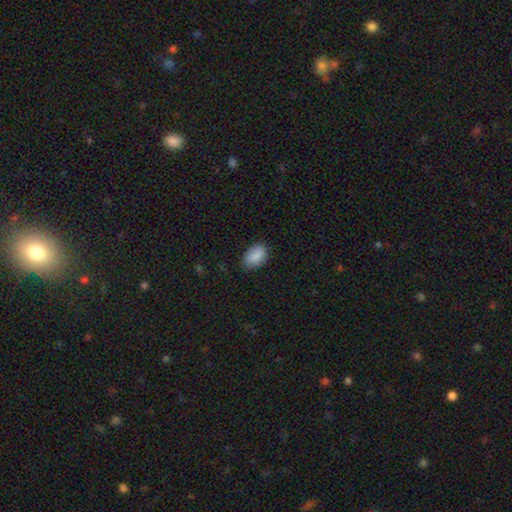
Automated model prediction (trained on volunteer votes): Smooth or featured? Predicted: smooth (p=0.88). How rounded? Predicted: in between (p=0.86). Merging? Predicted: none (p=0.80).